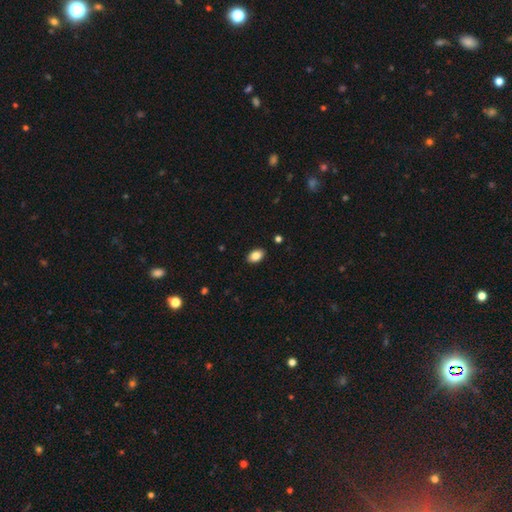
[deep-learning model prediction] Smooth or featured?
  - smooth: 86% *
  - star or artifact: 8%
  - featured or disk: 7%
How rounded?
  - in between: 89% *
  - round: 10%
  - cigar-shaped: 1%
Merging?
  - none: 89% *
  - minor disturbance: 8%
  - major disturbance: 2%
  - merger: 1%